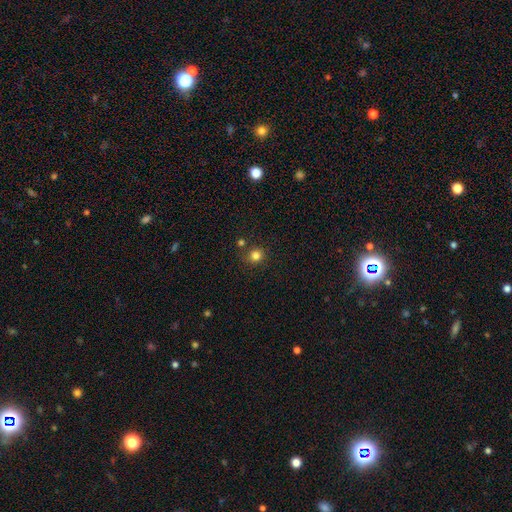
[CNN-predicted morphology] Smooth or featured? Predicted: smooth (p=0.81). How rounded? Predicted: round (p=0.91). Merging? Predicted: none (p=0.81).